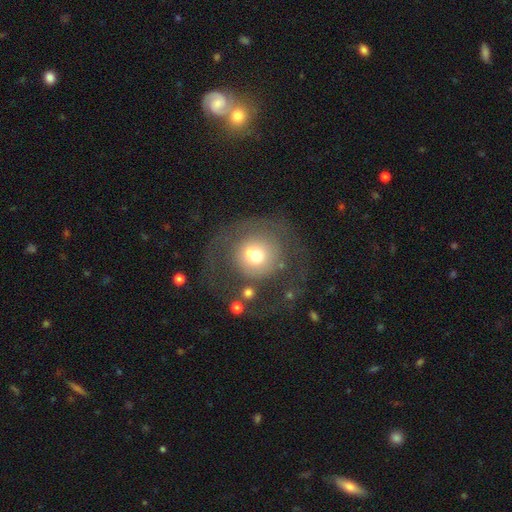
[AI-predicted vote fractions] smooth-or-featured: smooth: 48% | featured or disk: 41% | star or artifact: 11%
  merging: none: 43% | major disturbance: 33% | minor disturbance: 15% | merger: 8%